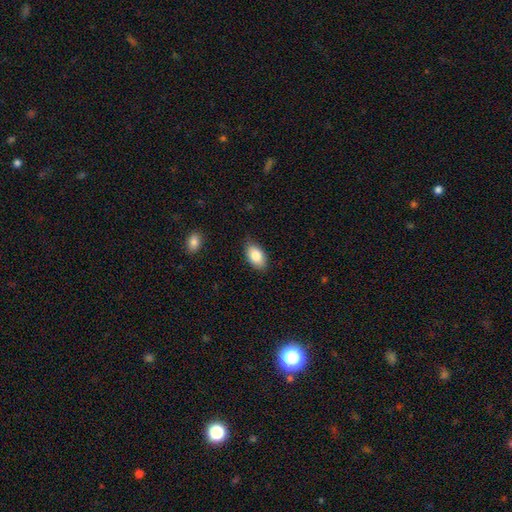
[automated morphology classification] Smooth or featured?
  - smooth: 84% *
  - featured or disk: 9%
  - star or artifact: 7%
How rounded?
  - in between: 93% *
  - round: 5%
  - cigar-shaped: 2%
Merging?
  - none: 82% *
  - minor disturbance: 14%
  - major disturbance: 2%
  - merger: 1%